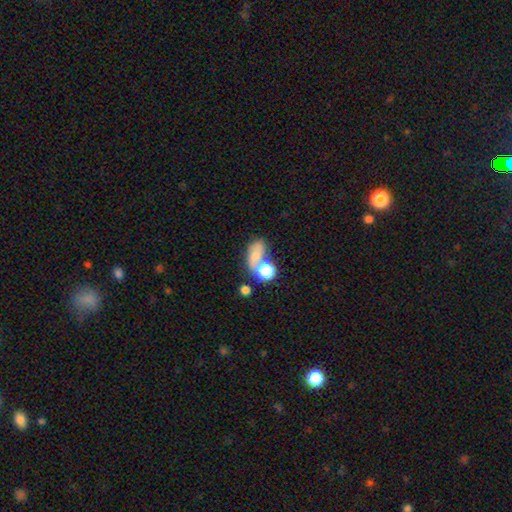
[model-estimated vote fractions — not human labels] Morphology: type=smooth (65%); roundness=in between (72%); merging=merger (43%).